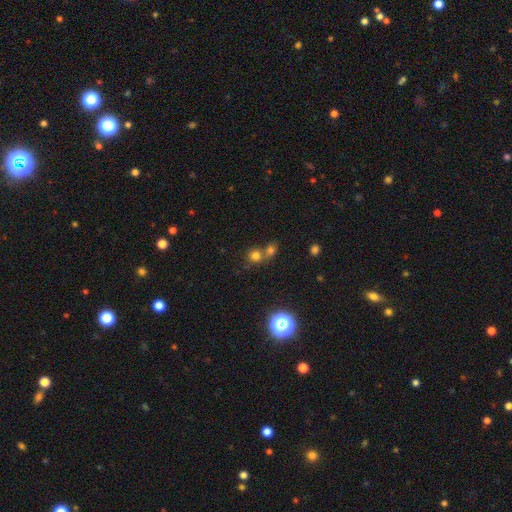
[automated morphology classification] smooth 73%, star or artifact 18%, featured or disk 8%. Down the decision tree: how rounded — round (86%); merging — none (47%).